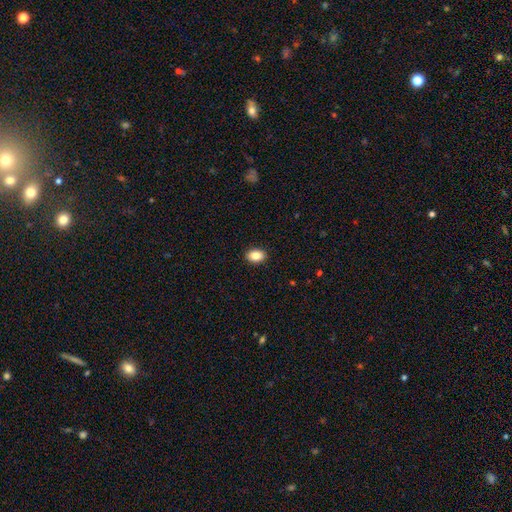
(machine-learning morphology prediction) A smooth galaxy with no disk features (86%) that is in between round and cigar-shaped (79%).

Vote fractions:
- Smooth or featured? smooth: 86% / star or artifact: 8% / featured or disk: 6%
- How rounded? in between: 79% / round: 20% / cigar-shaped: 1%
- Merging? none: 91% / minor disturbance: 7% / major disturbance: 2% / merger: 1%